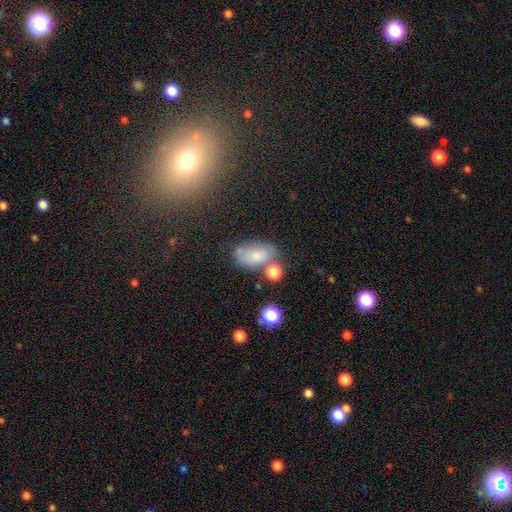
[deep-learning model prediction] smooth 70%, featured or disk 18%, star or artifact 12%. Down the decision tree: how rounded — in between (90%); merging — none (57%).